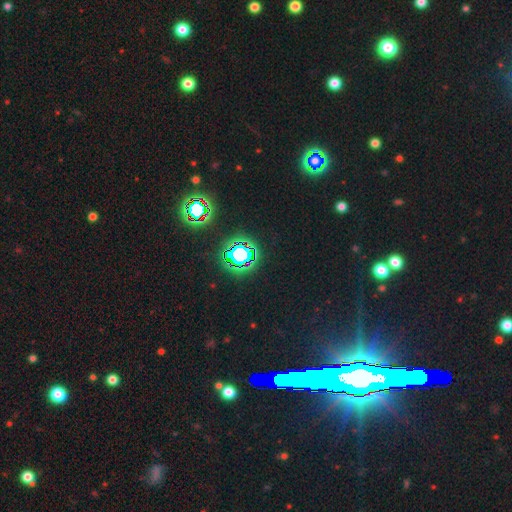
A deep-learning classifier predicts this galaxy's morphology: This is clearly a star or artifact rather than a galaxy (81%).